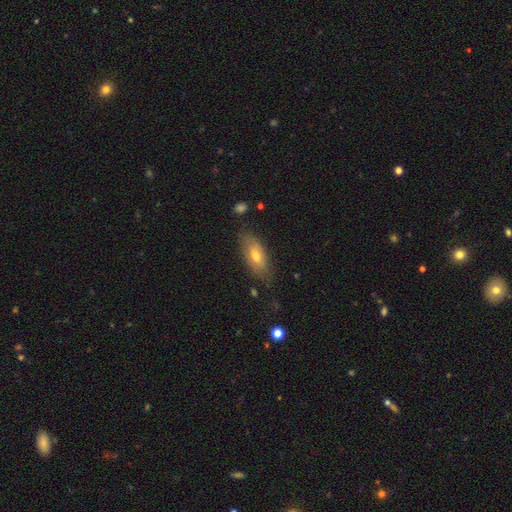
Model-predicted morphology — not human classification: Smooth or featured? smooth (66%)
How rounded? in between (81%)
Merging? none (77%)